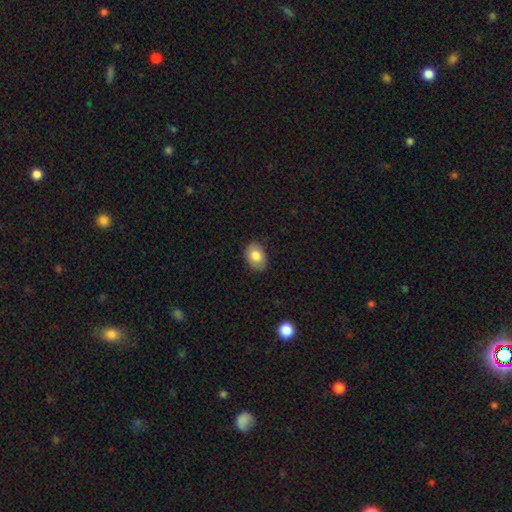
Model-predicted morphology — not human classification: Smooth or featured: smooth — 81% (featured or disk — 11%)
How rounded: in between — 78% (round — 21%)
Merging: none — 83% (minor disturbance — 13%)